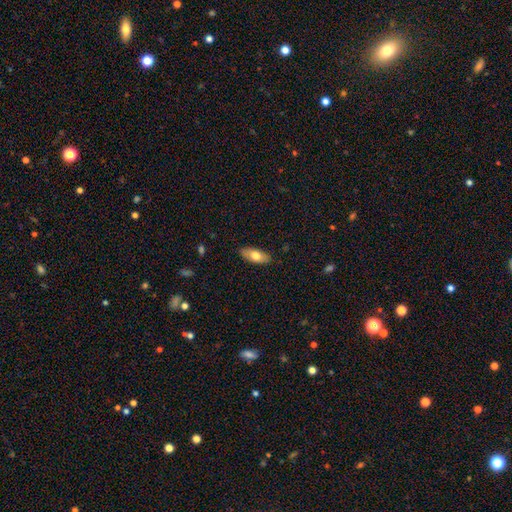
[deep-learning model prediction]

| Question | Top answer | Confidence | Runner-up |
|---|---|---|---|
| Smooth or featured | smooth | 71% | featured or disk (23%) |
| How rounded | in between | 83% | cigar-shaped (15%) |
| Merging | none | 87% | minor disturbance (10%) |